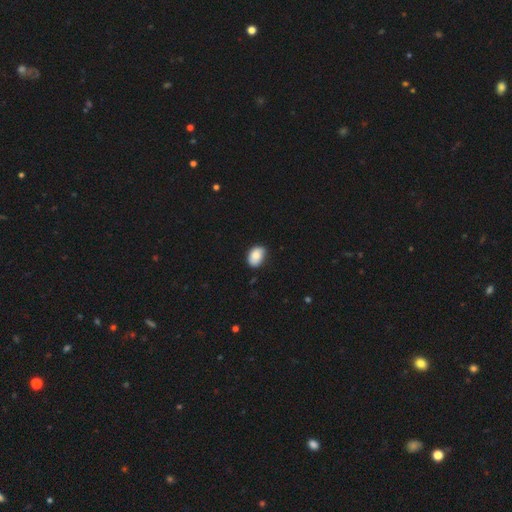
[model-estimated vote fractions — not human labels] This appears to be a smooth galaxy with no disk features (85%) that is in between round and cigar-shaped (83%). Merging: none (71%).